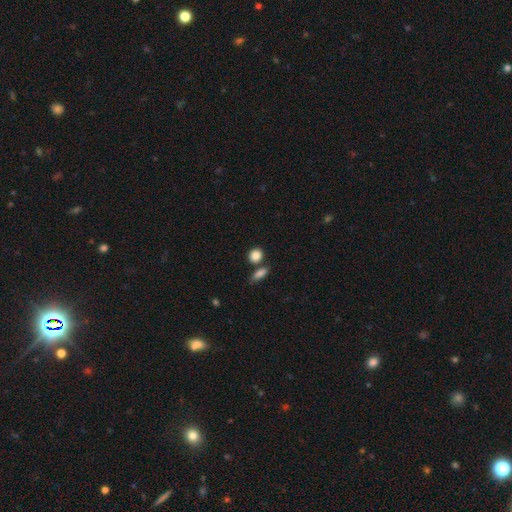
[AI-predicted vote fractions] Morphology: type=smooth (86%); roundness=round (66%); merging=none (66%).